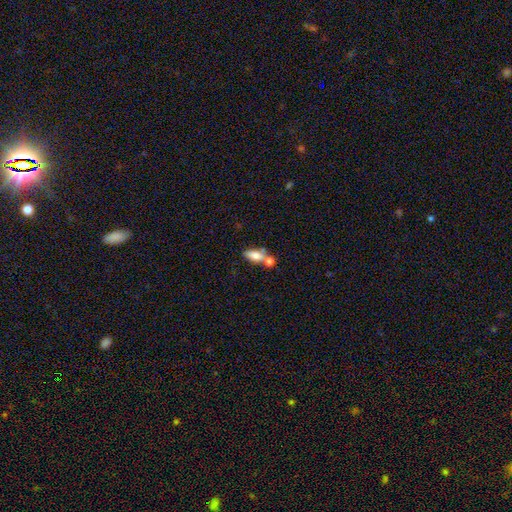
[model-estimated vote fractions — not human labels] Smooth or featured: smooth — 75% (featured or disk — 17%)
How rounded: in between — 81% (cigar-shaped — 13%)
Merging: merger — 42% (none — 40%)